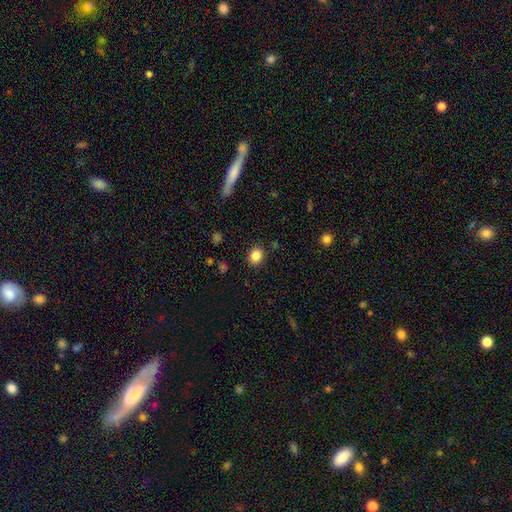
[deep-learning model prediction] A smooth galaxy with no disk features (85%) that is round (65%).

Vote fractions:
- Smooth or featured? smooth: 85% / star or artifact: 10% / featured or disk: 5%
- How rounded? round: 65% / in between: 34% / cigar-shaped: 1%
- Merging? none: 89% / minor disturbance: 7% / major disturbance: 2% / merger: 1%